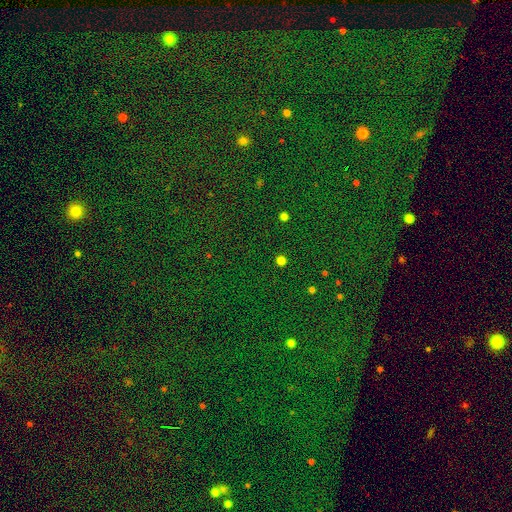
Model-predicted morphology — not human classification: Q: Smooth or featured?
A: star or artifact (78%); runner-up: smooth (14%)